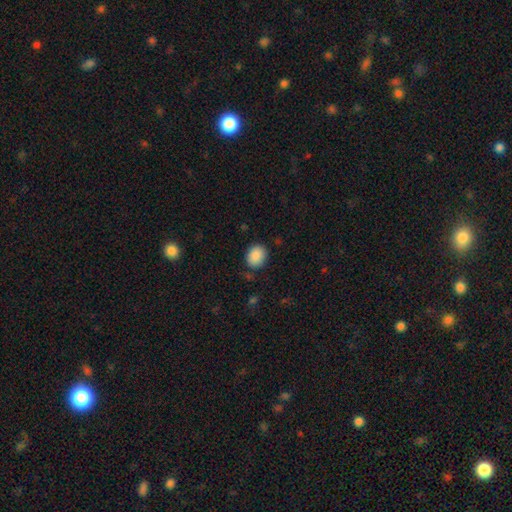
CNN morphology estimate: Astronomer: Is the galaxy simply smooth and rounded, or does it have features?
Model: smooth — 89%.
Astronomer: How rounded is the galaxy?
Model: round — 60% (runner-up: in between, 39%).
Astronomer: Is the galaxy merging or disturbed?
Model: none — 84%.